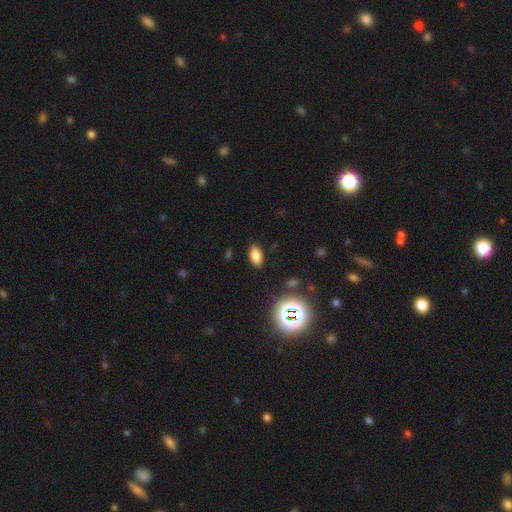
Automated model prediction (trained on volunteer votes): Smooth or featured?
  - smooth: 77% *
  - star or artifact: 16%
  - featured or disk: 7%
How rounded?
  - in between: 91% *
  - round: 5%
  - cigar-shaped: 4%
Merging?
  - none: 87% *
  - minor disturbance: 9%
  - major disturbance: 3%
  - merger: 2%